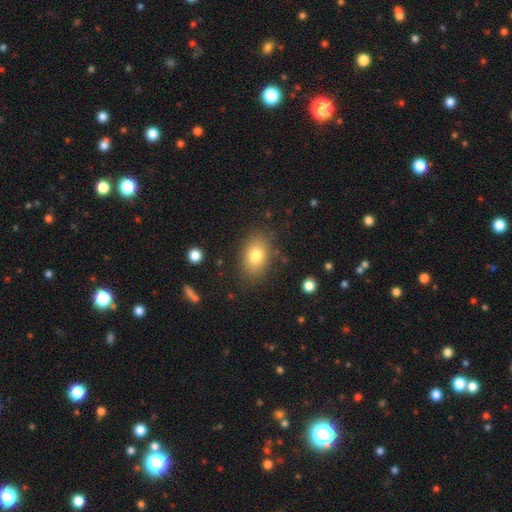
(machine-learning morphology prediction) Overall: smooth (78%). How rounded: in between (81%). Merging: none (82%).